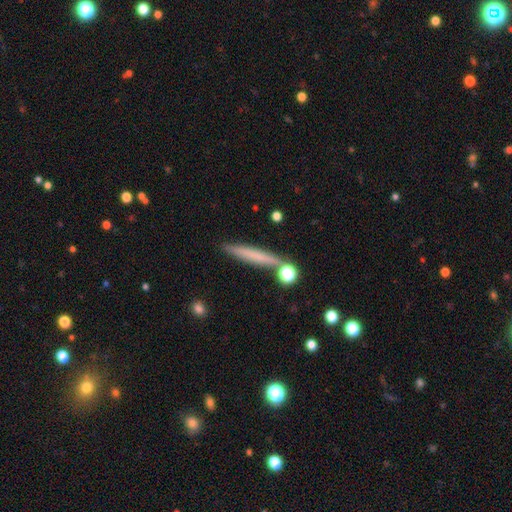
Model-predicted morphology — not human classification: The model was most divided on "smooth or featured": smooth: 63%, featured or disk: 29%, star or artifact: 8%. More confident: how rounded — cigar-shaped (93%); merging — none (80%).